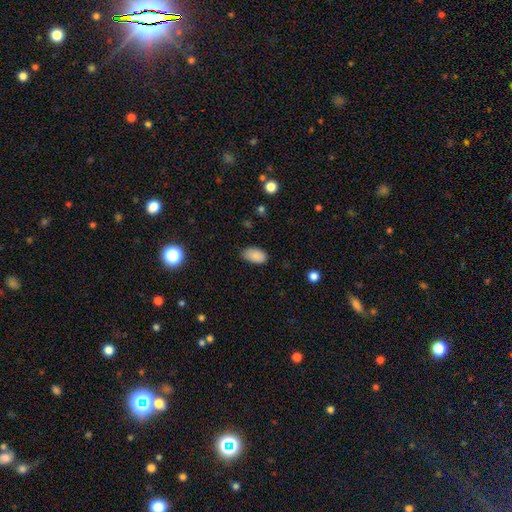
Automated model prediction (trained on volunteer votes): Smooth or featured? Predicted: smooth (p=0.87). How rounded? Predicted: in between (p=0.94). Merging? Predicted: none (p=0.77).